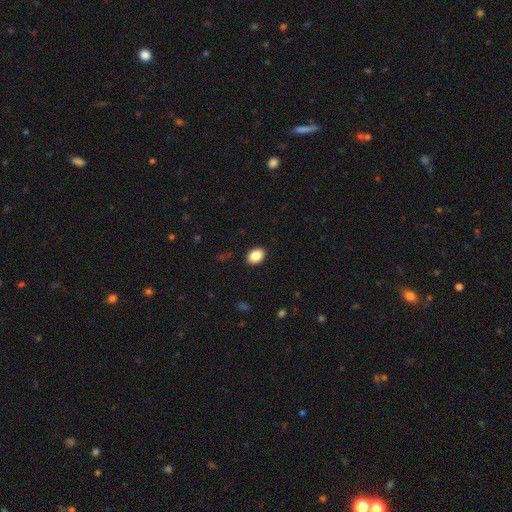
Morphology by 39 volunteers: type=smooth (92%); roundness=in between (75%); merging=none (84%).